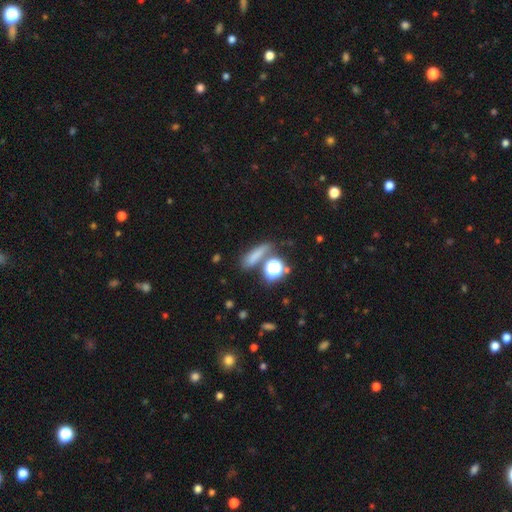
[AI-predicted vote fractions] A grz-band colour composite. It shows a smooth galaxy with no disk features (70%) that is cigar-shaped (47%). Merging: none (68%).